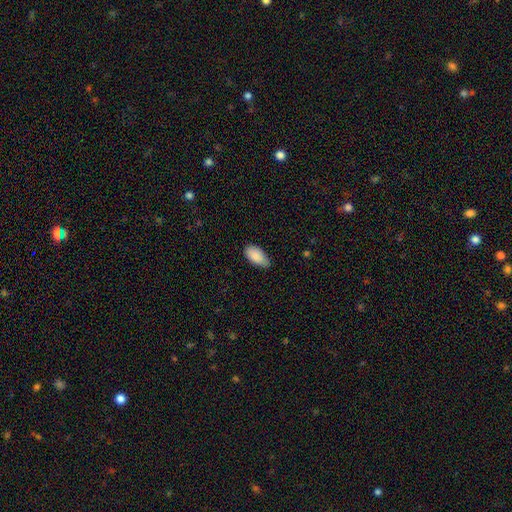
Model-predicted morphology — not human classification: Smooth or featured? Predicted: smooth (p=0.88). How rounded? Predicted: in between (p=0.94). Merging? Predicted: none (p=0.65).